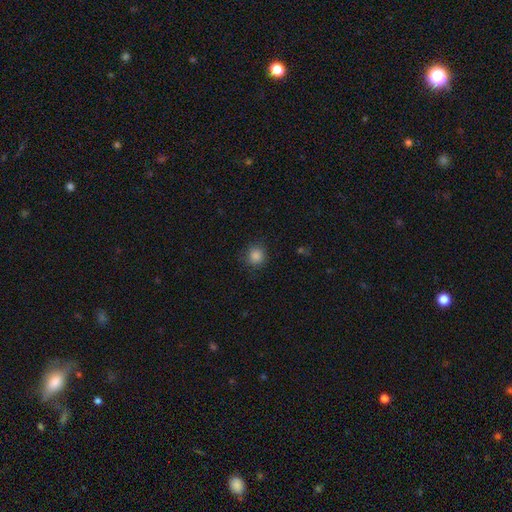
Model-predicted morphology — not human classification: This appears to be a smooth galaxy with no disk features (86%) that is round (91%). Merging: none (87%).